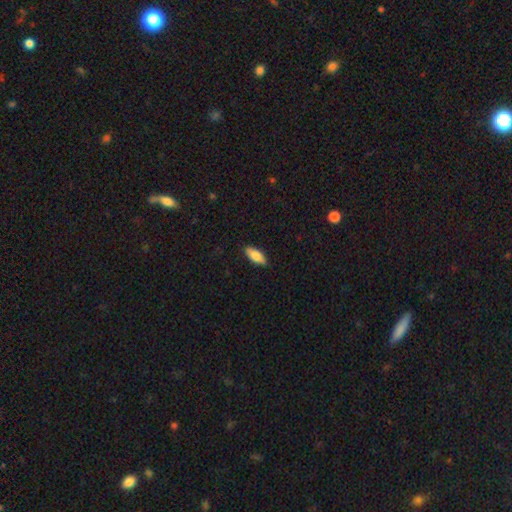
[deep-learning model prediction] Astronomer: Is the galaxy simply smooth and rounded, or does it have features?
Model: smooth — 78%.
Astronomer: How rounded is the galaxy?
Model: in between — 75%.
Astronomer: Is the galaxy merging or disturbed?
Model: none — 87%.